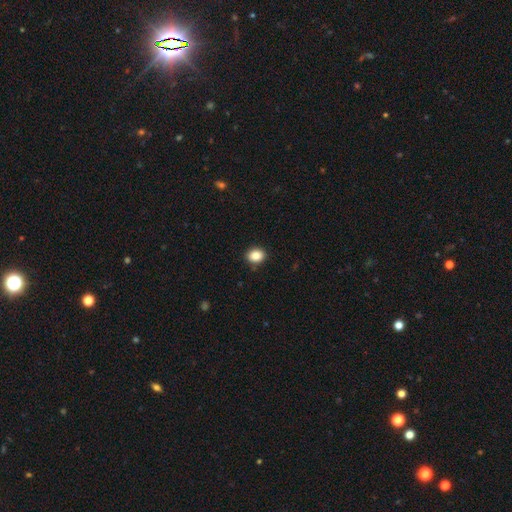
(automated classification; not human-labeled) Morphology: type=smooth (87%); roundness=round (52%); merging=none (90%).